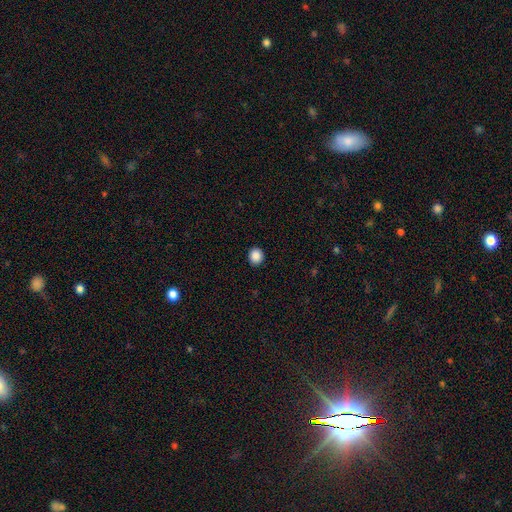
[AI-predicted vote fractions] smooth 88%, star or artifact 9%, featured or disk 3%. Down the decision tree: how rounded — round (82%); merging — none (92%).